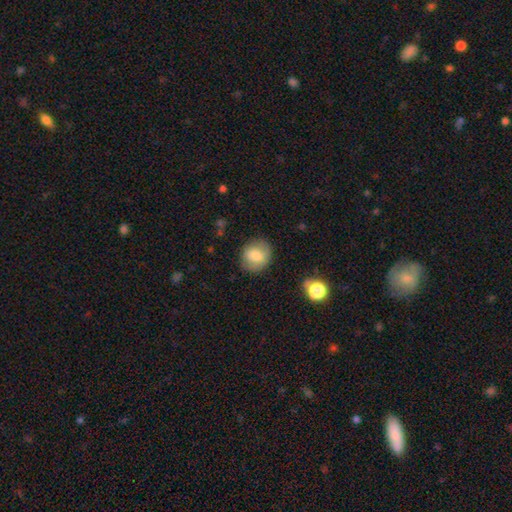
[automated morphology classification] Smooth or featured?
  - smooth: 77% *
  - featured or disk: 14%
  - star or artifact: 8%
How rounded?
  - round: 78% *
  - in between: 21%
  - cigar-shaped: 1%
Merging?
  - none: 81% *
  - minor disturbance: 13%
  - major disturbance: 4%
  - merger: 1%